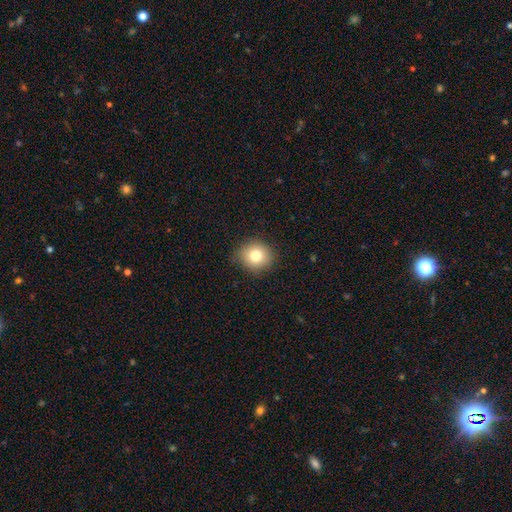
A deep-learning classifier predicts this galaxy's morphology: This is likely a smooth galaxy (79%). How rounded: clearly round (83%). Merging: clearly none (85%).